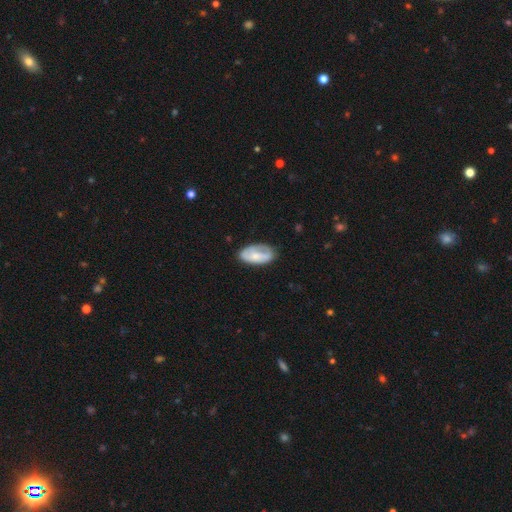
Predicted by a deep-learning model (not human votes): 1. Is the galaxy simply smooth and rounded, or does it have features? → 58% smooth, 35% featured or disk, 6% star or artifact.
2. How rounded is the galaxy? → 93% in between, 4% round, 3% cigar-shaped.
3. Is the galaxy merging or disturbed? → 62% none, 27% minor disturbance, 9% major disturbance, 2% merger.